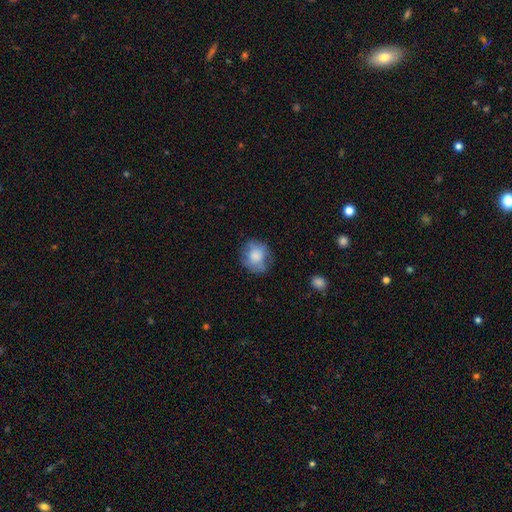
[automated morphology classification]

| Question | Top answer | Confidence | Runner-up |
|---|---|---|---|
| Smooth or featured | smooth | 74% | featured or disk (18%) |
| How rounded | round | 72% | in between (27%) |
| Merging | none | 63% | minor disturbance (25%) |